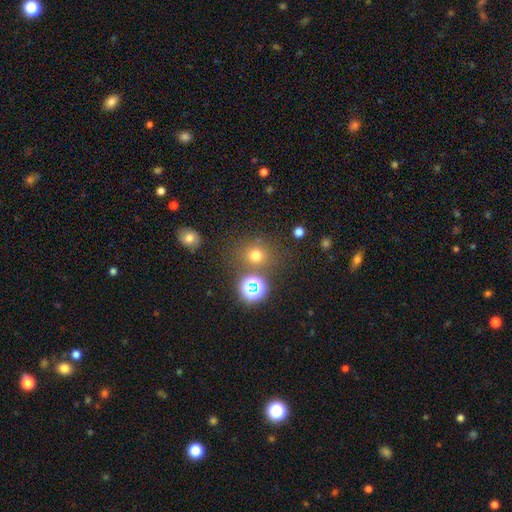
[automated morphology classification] Smooth or featured?
  - smooth: 67% *
  - star or artifact: 26%
  - featured or disk: 8%
How rounded?
  - round: 86% *
  - in between: 13%
  - cigar-shaped: 1%
Merging?
  - none: 77% *
  - minor disturbance: 10%
  - merger: 9%
  - major disturbance: 4%